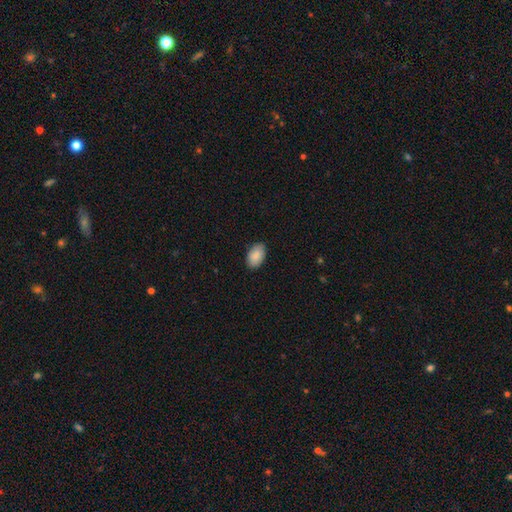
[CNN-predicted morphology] Smooth or featured: smooth — 89% (star or artifact — 6%)
How rounded: in between — 93% (round — 6%)
Merging: none — 88% (minor disturbance — 9%)